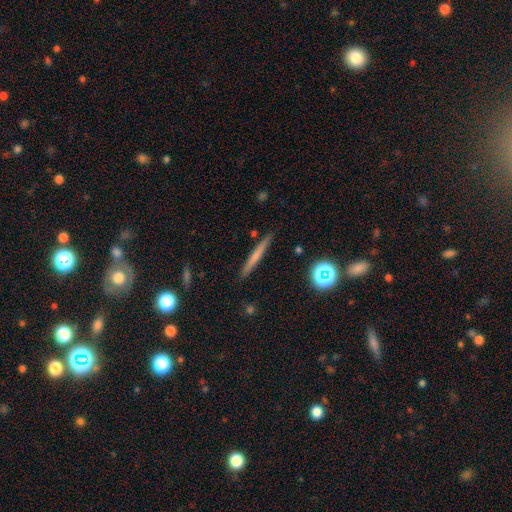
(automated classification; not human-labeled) A smooth galaxy with no disk features (52%) that is cigar-shaped (94%). Merging: none (90%).